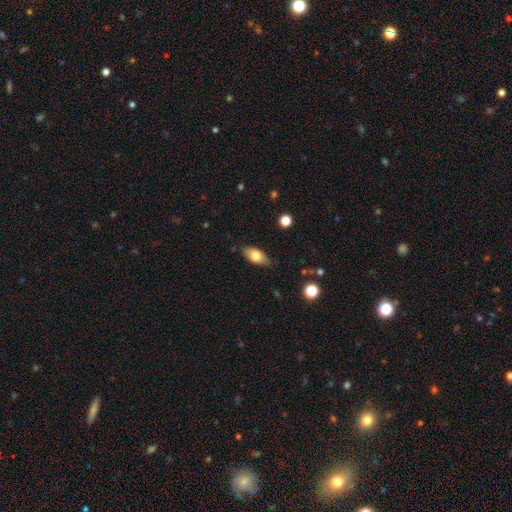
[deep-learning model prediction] The model was most divided on "smooth or featured": smooth: 77%, featured or disk: 16%, star or artifact: 7%. More confident: how rounded — in between (89%); merging — none (80%).